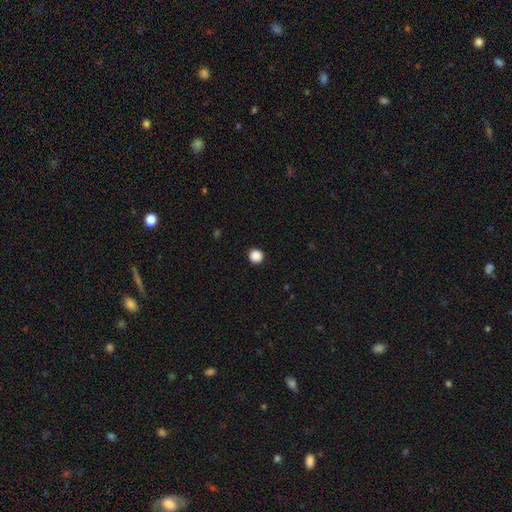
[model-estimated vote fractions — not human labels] Morphology: type=smooth (88%); roundness=round (95%); merging=none (93%).